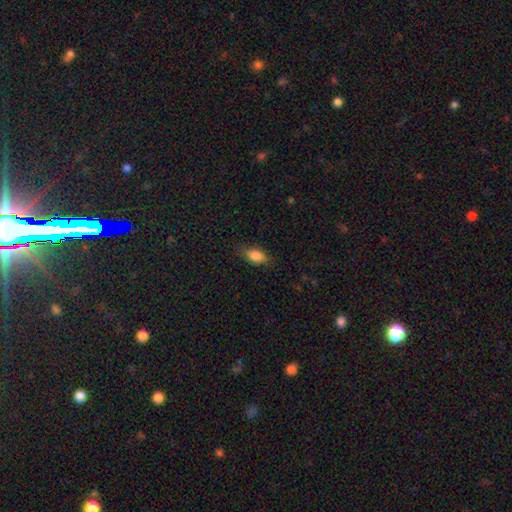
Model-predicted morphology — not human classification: type=smooth (82%); roundness=in between (84%); merging=none (77%).